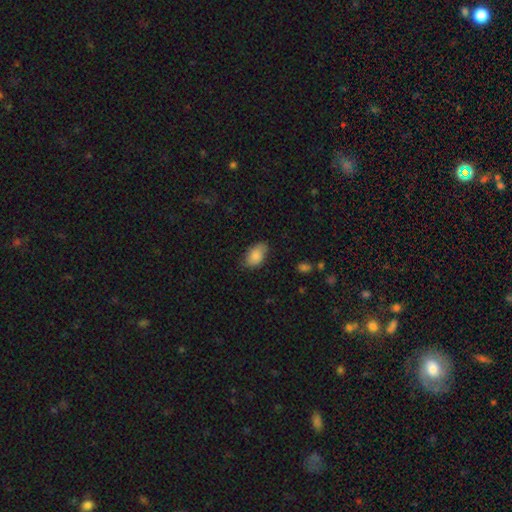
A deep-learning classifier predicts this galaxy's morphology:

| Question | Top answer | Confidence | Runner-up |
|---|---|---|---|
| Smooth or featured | smooth | 86% | featured or disk (7%) |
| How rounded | in between | 92% | round (6%) |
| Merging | none | 73% | minor disturbance (21%) |